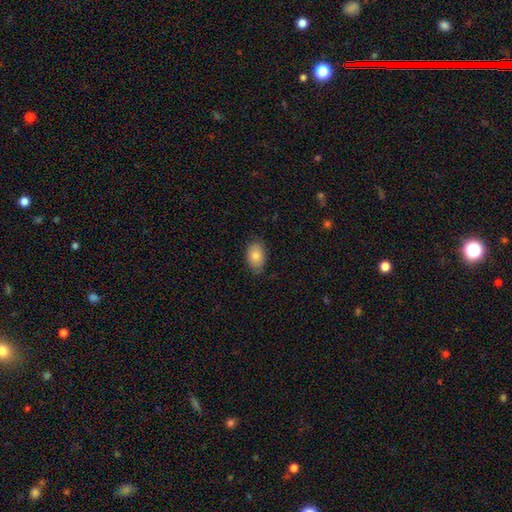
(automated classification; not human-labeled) Overall: smooth (83%). How rounded: in between (88%). Merging: none (78%).